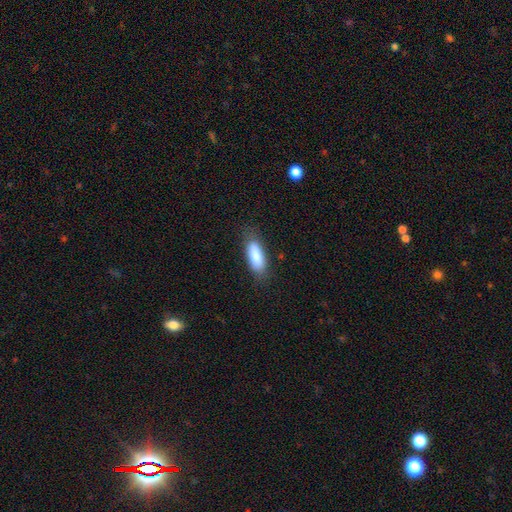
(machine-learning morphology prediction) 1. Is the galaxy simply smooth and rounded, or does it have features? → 85% smooth, 8% featured or disk, 6% star or artifact.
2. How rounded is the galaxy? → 68% in between, 30% cigar-shaped, 2% round.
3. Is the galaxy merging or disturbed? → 77% none, 17% minor disturbance, 5% major disturbance, 1% merger.